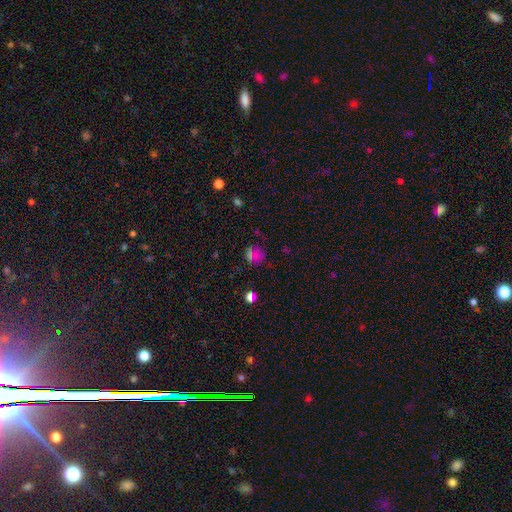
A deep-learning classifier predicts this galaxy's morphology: A smooth galaxy with no disk features (57%) that is round (78%).

Vote fractions:
- Smooth or featured? smooth: 57% / star or artifact: 33% / featured or disk: 10%
- How rounded? round: 78% / in between: 20% / cigar-shaped: 2%
- Merging? none: 70% / minor disturbance: 16% / major disturbance: 9% / merger: 5%